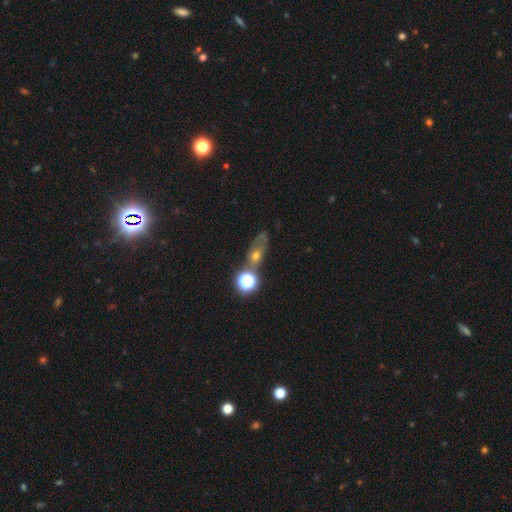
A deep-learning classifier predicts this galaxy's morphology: smooth-or-featured: smooth: 43% | featured or disk: 30% | star or artifact: 27%
  merging: none: 45% | merger: 23% | minor disturbance: 18% | major disturbance: 14%